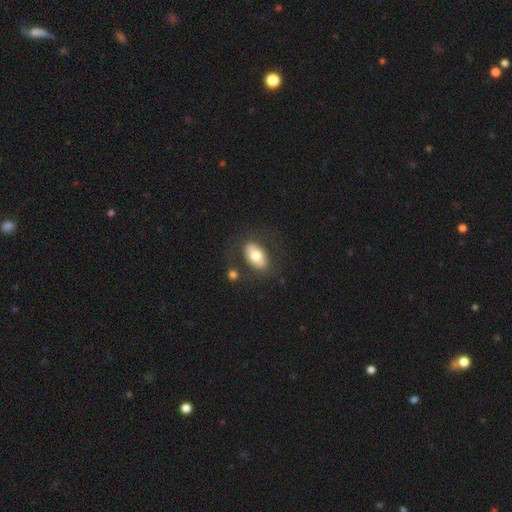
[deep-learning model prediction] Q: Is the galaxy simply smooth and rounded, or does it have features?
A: smooth — 66%.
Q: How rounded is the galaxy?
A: in between — 91%.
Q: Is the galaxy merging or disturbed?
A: none — 72%.